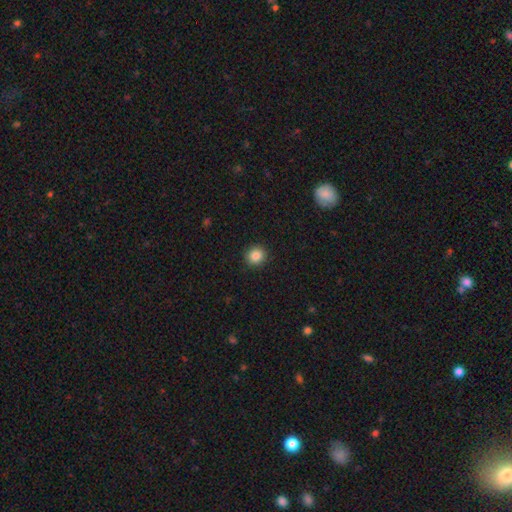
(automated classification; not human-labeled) The model was most divided on "smooth or featured": smooth: 86%, star or artifact: 10%, featured or disk: 4%. More confident: merging — none (92%); how rounded — round (89%).